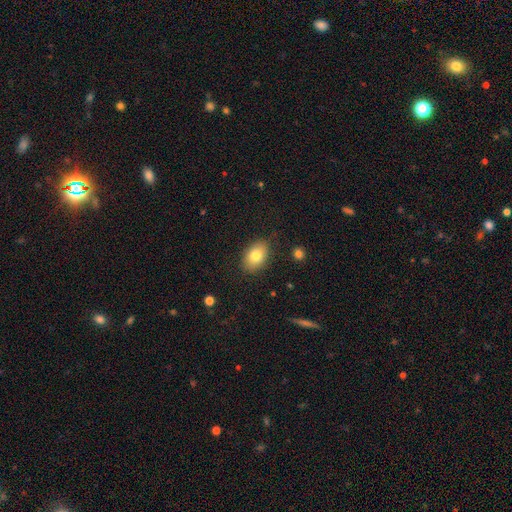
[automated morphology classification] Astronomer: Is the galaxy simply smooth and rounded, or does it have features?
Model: smooth — 80%.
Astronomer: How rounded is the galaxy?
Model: in between — 85%.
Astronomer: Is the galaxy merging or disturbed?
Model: none — 85%.